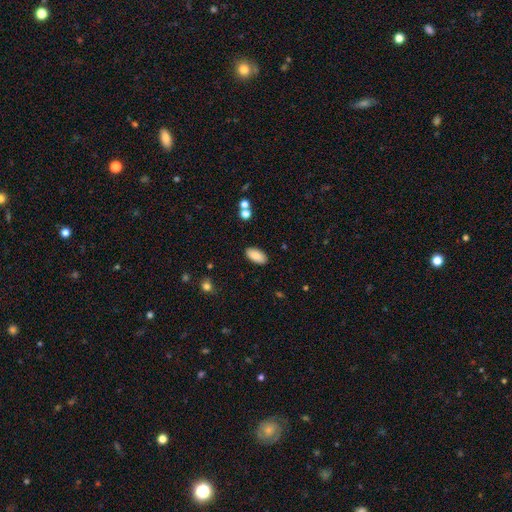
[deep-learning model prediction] Morphology: type=smooth (88%); roundness=in between (91%); merging=none (89%).